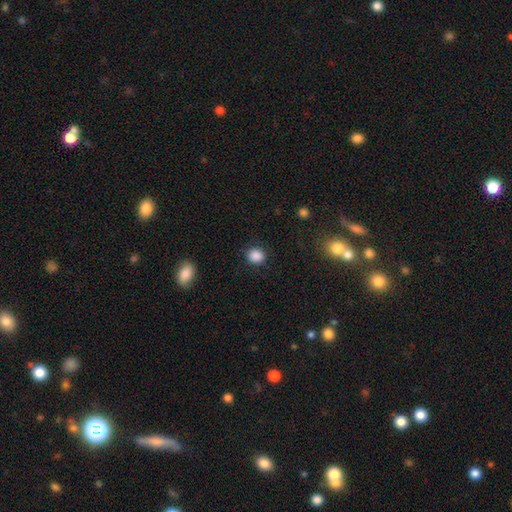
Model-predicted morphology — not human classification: smooth-or-featured: smooth: 87% | star or artifact: 10% | featured or disk: 3%
  how-rounded: round: 78% | in between: 21% | cigar-shaped: 1%
  merging: none: 88% | minor disturbance: 8% | major disturbance: 3% | merger: 1%